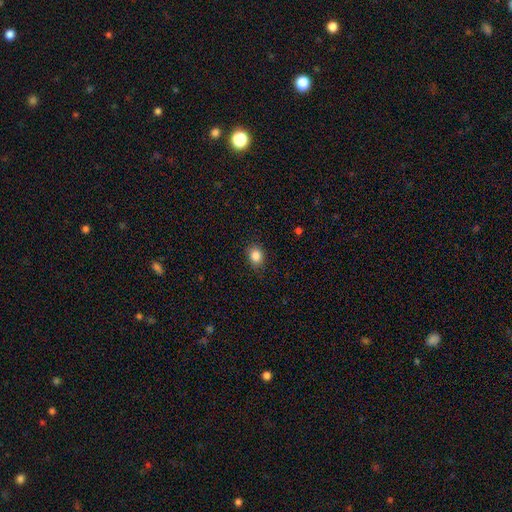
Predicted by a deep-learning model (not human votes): smooth 86%, star or artifact 10%, featured or disk 5%. Down the decision tree: how rounded — in between (51%); merging — none (86%).